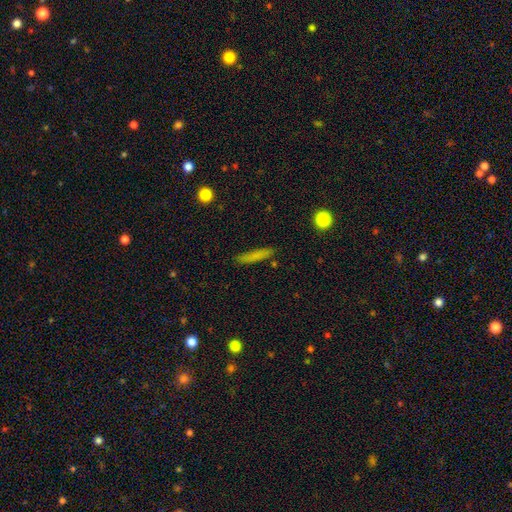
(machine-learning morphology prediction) Smooth or featured: smooth — 76% (featured or disk — 15%)
How rounded: cigar-shaped — 90% (in between — 7%)
Merging: none — 85% (minor disturbance — 11%)